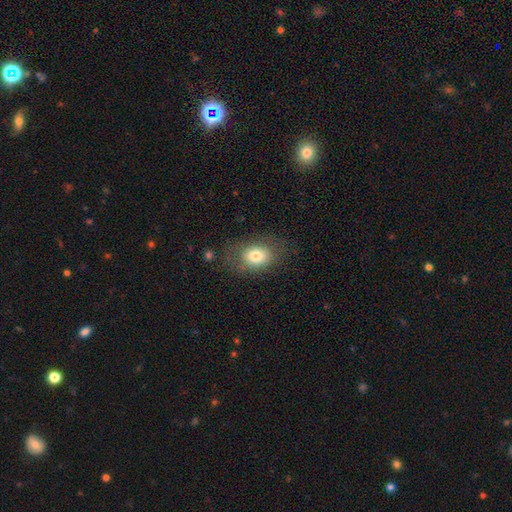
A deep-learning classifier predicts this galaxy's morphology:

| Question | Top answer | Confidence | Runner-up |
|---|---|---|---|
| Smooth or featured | smooth | 76% | featured or disk (14%) |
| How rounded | in between | 72% | round (27%) |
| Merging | none | 72% | minor disturbance (17%) |